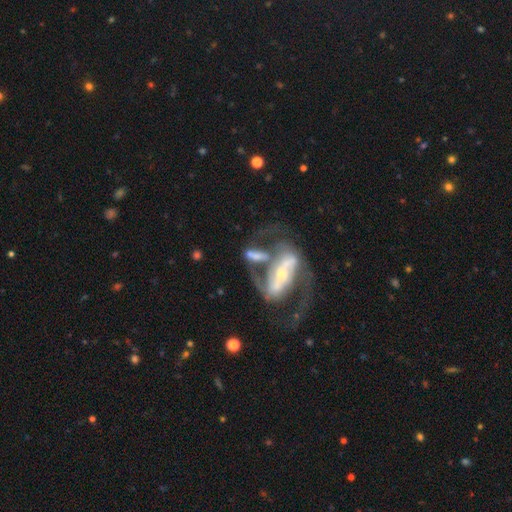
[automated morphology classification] featured or disk 72%, smooth 20%, star or artifact 7%. Down the decision tree: edge-on disk — no (90%); bar — strong (42%); spiral arms — yes (72%); bulge size — small (51%); merging — merger (46%).